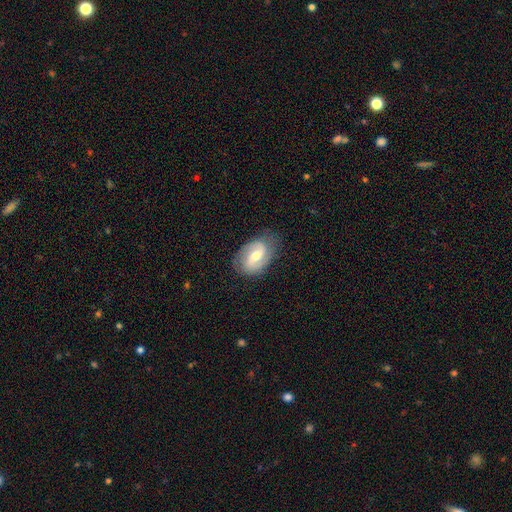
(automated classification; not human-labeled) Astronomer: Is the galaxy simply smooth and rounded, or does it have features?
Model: featured or disk — 75%.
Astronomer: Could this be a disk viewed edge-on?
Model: no — 96%.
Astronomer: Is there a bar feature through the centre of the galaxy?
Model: weak — 51% (runner-up: no, 30%).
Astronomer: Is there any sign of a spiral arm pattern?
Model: yes — 92%.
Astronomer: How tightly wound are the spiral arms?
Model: medium — 47% (runner-up: loose, 28%).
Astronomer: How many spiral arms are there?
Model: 2 — 87%.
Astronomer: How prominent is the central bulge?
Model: moderate — 61%.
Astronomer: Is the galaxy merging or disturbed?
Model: none — 78%.